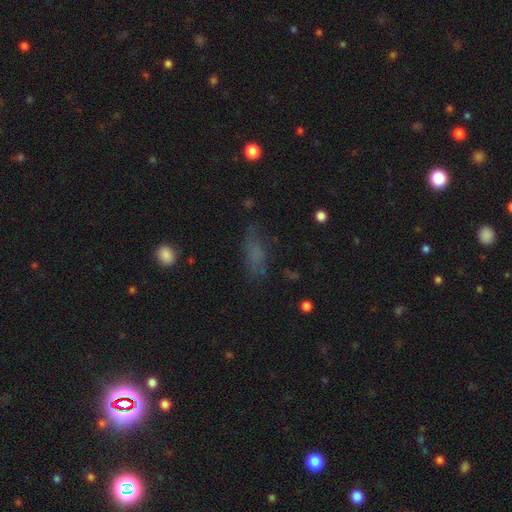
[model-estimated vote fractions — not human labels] smooth_or_featured: smooth (p=0.63) [alt: featured or disk p=0.19]
how_rounded: in between (p=0.65) [alt: cigar-shaped p=0.29]
merging: none (p=0.62) [alt: minor disturbance p=0.22]